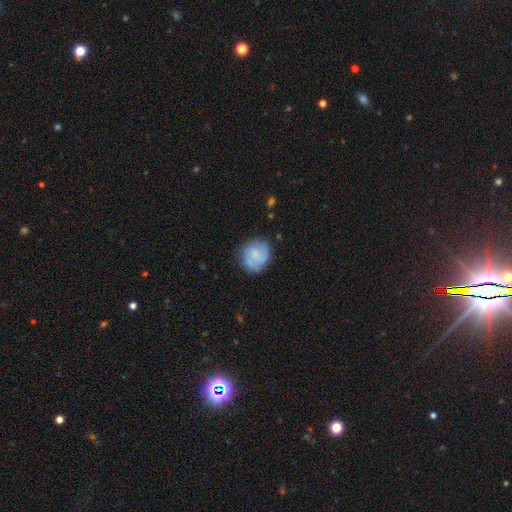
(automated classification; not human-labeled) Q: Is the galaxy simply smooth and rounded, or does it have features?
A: smooth — 55%.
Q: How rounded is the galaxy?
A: round — 81%.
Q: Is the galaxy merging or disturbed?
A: none — 71%.